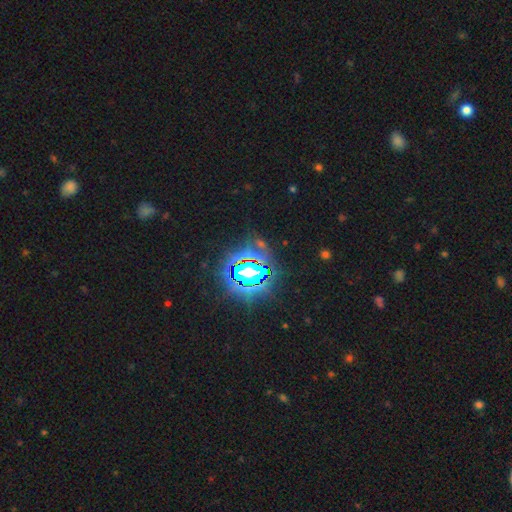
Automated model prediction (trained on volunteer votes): This appears to be a star or artifact, not a galaxy (81%).